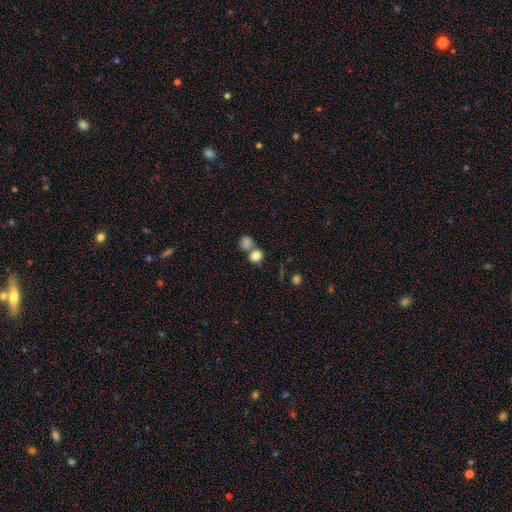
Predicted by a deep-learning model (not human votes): This is clearly a smooth galaxy (81%). How rounded: likely round (78%). Merging: possibly merger (45%).